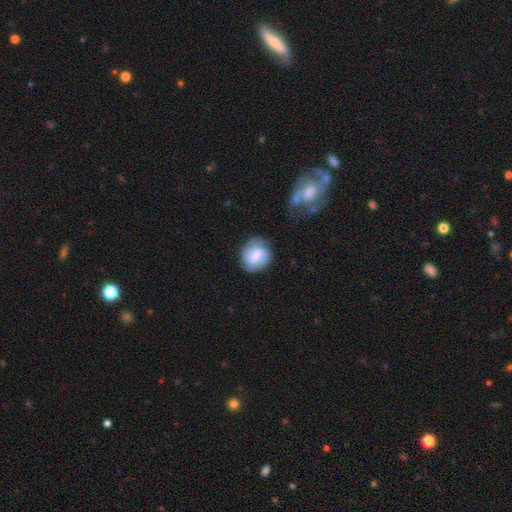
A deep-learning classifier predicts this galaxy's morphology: The model was most divided on "smooth or featured": smooth: 63%, featured or disk: 30%, star or artifact: 7%. More confident: how rounded — round (75%); merging — none (68%).